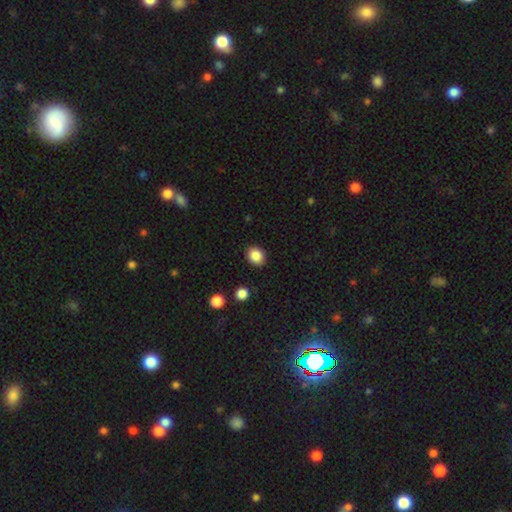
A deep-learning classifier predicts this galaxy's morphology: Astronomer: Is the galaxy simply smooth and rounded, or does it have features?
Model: smooth — 87%.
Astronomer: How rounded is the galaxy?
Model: round — 55% (runner-up: in between, 44%).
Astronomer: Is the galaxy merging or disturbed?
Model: none — 88%.